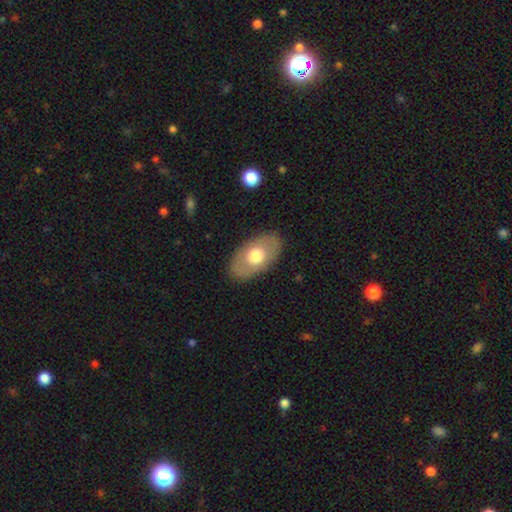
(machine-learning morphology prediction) A smooth galaxy with no disk features (61%) that is in between round and cigar-shaped (90%).

Vote fractions:
- Smooth or featured? smooth: 61% / featured or disk: 33% / star or artifact: 6%
- How rounded? in between: 90% / round: 8% / cigar-shaped: 1%
- Merging? none: 85% / minor disturbance: 11% / major disturbance: 4% / merger: 1%